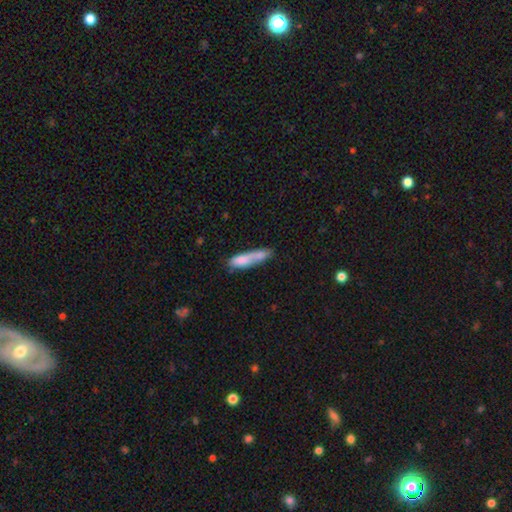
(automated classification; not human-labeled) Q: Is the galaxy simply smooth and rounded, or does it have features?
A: smooth — 71%.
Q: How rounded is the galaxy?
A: cigar-shaped — 75%.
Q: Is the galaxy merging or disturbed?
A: none — 41%.